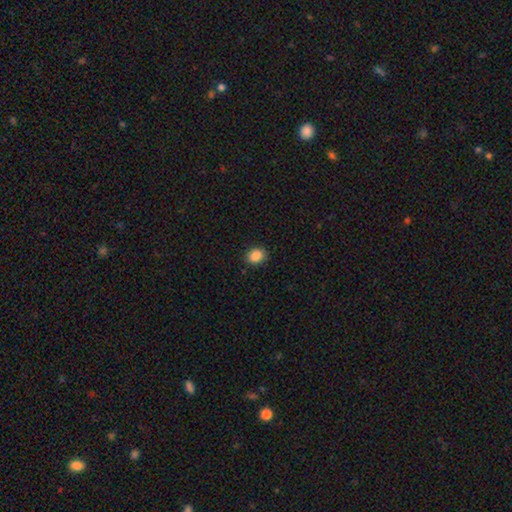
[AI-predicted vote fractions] Smooth or featured: smooth — 88% (star or artifact — 9%)
How rounded: in between — 51% (round — 48%)
Merging: none — 87% (minor disturbance — 9%)